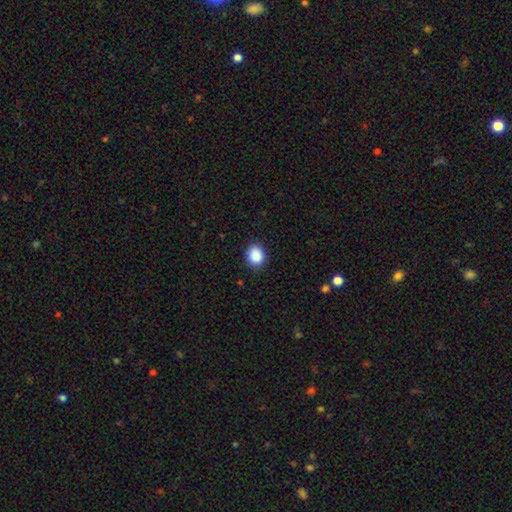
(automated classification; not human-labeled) Overall: smooth (89%). How rounded: round (64%; in between 35%). Merging: none (87%).